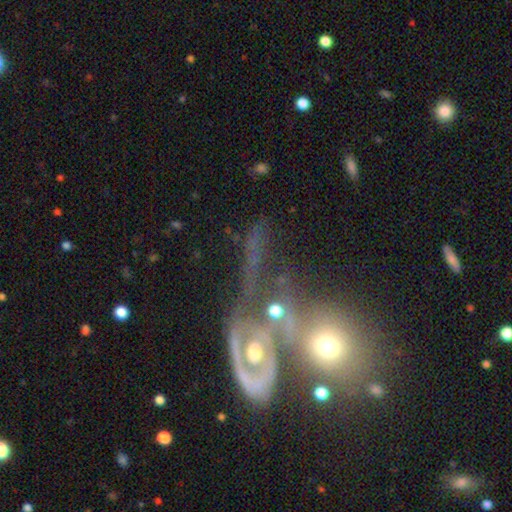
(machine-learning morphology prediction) Smooth or featured: featured or disk — 60% (smooth — 24%)
Edge-on disk: no — 87% (yes — 13%)
Bar: no — 69% (weak — 19%)
Spiral arms: yes — 56% (no — 44%)
Bulge size: moderate — 58% (small — 24%)
Merging: merger — 42% (none — 24%)